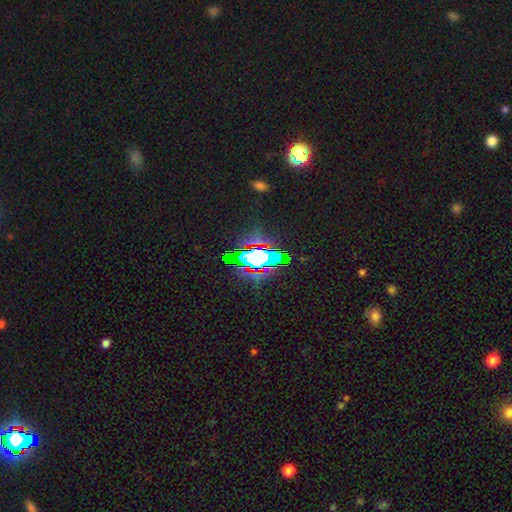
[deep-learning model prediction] Morphology: type=star or artifact (56%).